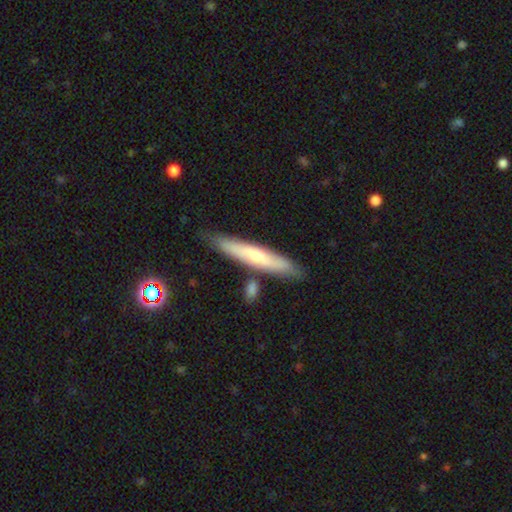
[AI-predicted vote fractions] smooth-or-featured: smooth: 51% | featured or disk: 43% | star or artifact: 6%
  how-rounded: cigar-shaped: 88% | in between: 10% | round: 1%
  merging: none: 79% | minor disturbance: 12% | merger: 7% | major disturbance: 2%